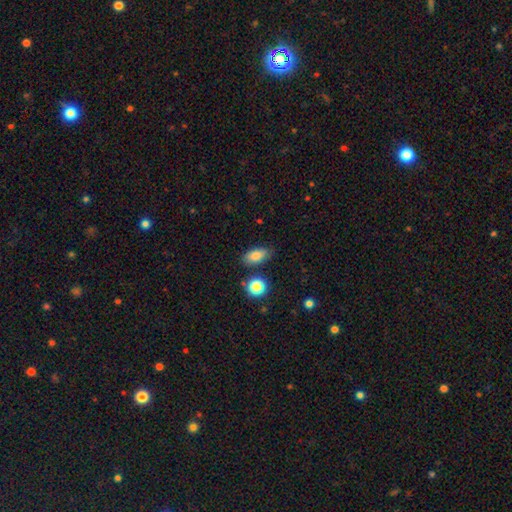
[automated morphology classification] Smooth or featured? Predicted: smooth (p=0.83). How rounded? Predicted: in between (p=0.87). Merging? Predicted: none (p=0.81).